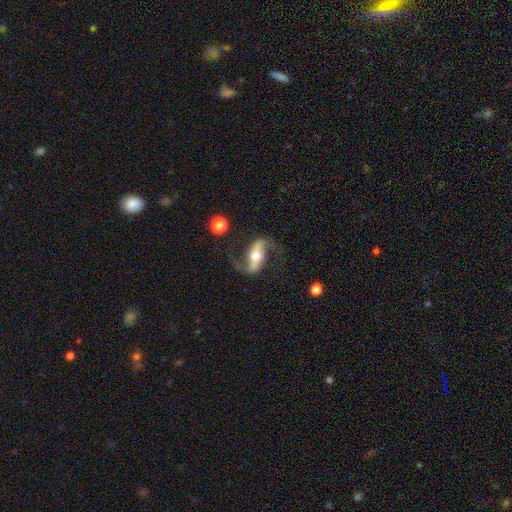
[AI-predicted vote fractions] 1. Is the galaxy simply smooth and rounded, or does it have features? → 85% featured or disk, 10% smooth, 5% star or artifact.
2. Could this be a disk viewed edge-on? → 90% no, 10% yes.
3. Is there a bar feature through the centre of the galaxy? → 58% strong, 24% weak, 18% no.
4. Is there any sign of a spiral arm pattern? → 94% yes, 6% no.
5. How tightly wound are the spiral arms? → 70% loose, 23% medium, 6% tight.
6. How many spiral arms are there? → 93% 2, 2% can't tell, 2% 1, 1% 3, 1% 4, 1% more than 4.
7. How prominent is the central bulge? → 62% moderate, 21% small, 13% large, 2% none, 2% dominant.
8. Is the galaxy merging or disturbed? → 73% none, 14% minor disturbance, 11% major disturbance, 2% merger.